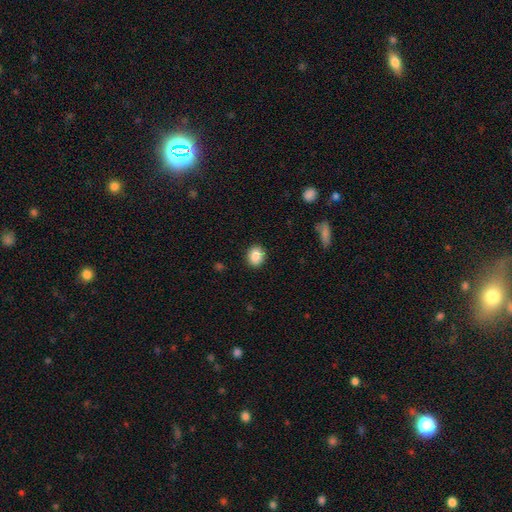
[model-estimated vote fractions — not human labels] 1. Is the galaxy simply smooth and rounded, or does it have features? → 88% smooth, 8% star or artifact, 4% featured or disk.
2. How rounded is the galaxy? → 65% round, 34% in between, 1% cigar-shaped.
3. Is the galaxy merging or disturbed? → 90% none, 7% minor disturbance, 2% major disturbance, 1% merger.